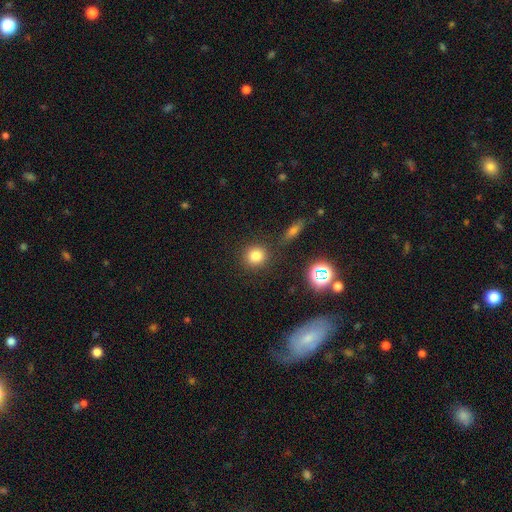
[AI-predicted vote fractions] The model was most divided on "smooth or featured": smooth: 78%, star or artifact: 15%, featured or disk: 7%. More confident: how rounded — round (89%); merging — none (86%).